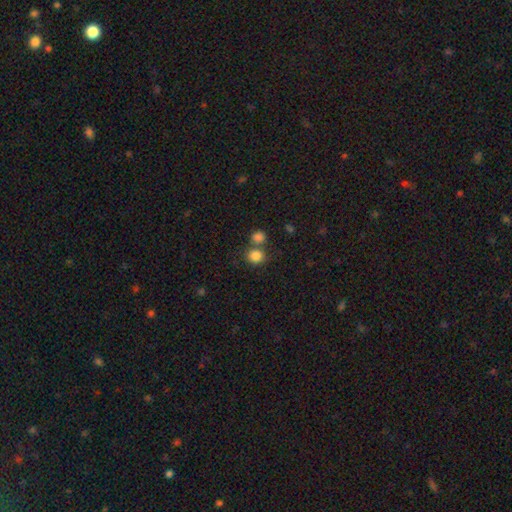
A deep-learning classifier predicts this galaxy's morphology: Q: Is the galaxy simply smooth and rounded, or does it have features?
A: smooth — 83%.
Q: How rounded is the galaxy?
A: round — 82%.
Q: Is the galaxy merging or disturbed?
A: none — 56%.